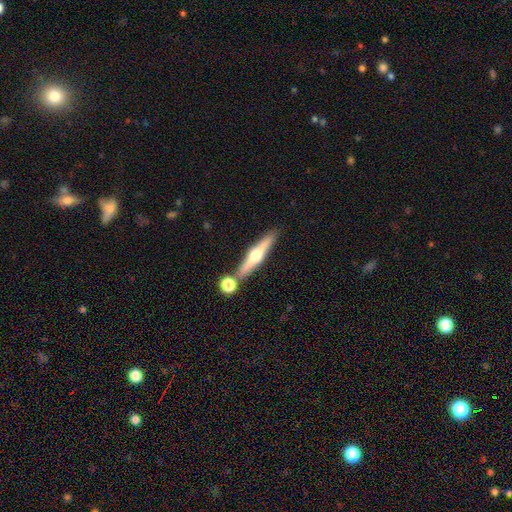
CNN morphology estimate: type=featured or disk (65%); edge-on=yes (96%); edge-on bulge=rounded (95%); merging=none (77%).